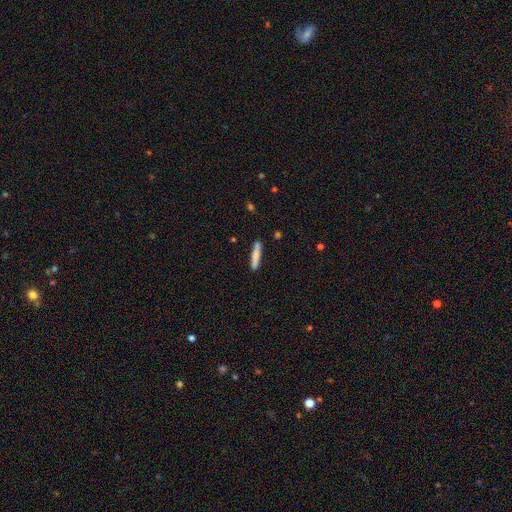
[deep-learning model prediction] Smooth or featured?
  - smooth: 77% *
  - featured or disk: 17%
  - star or artifact: 6%
How rounded?
  - cigar-shaped: 91% *
  - in between: 7%
  - round: 1%
Merging?
  - none: 85% *
  - minor disturbance: 10%
  - merger: 3%
  - major disturbance: 2%